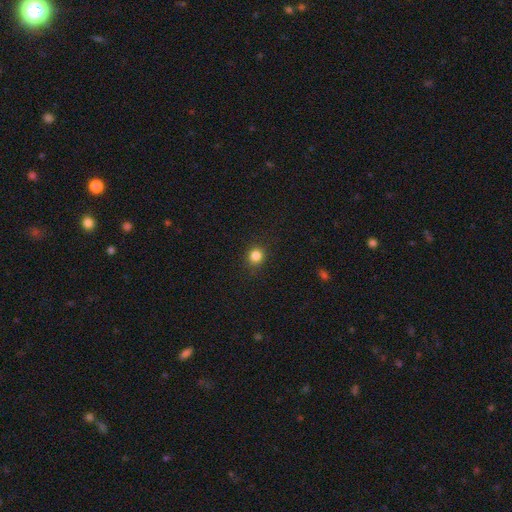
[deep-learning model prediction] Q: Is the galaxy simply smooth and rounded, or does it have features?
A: smooth — 84%.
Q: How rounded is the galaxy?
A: round — 89%.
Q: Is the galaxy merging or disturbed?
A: none — 90%.